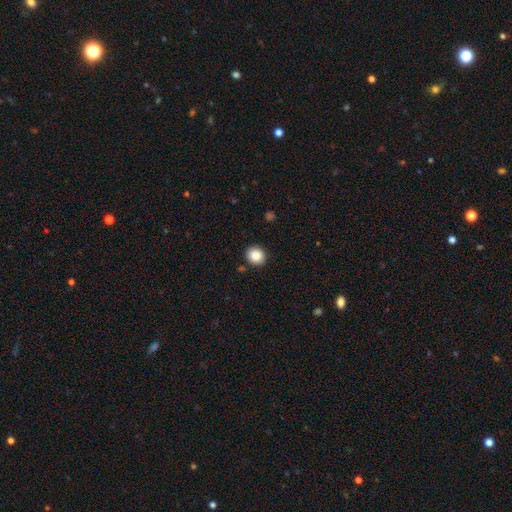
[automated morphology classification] Smooth or featured? Predicted: smooth (p=0.87). How rounded? Predicted: round (p=0.77). Merging? Predicted: none (p=0.89).